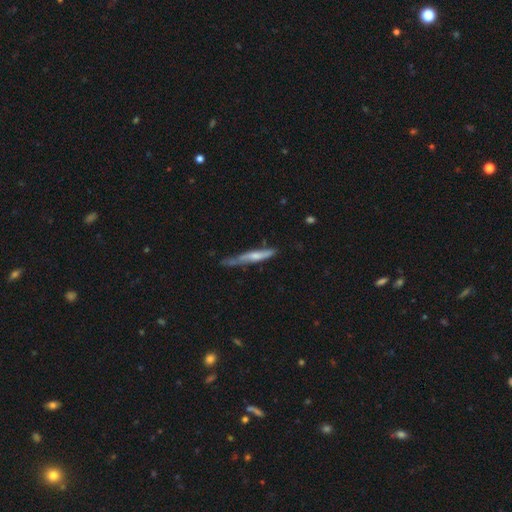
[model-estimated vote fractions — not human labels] Morphology: type=featured or disk (48%); merging=none (51%).